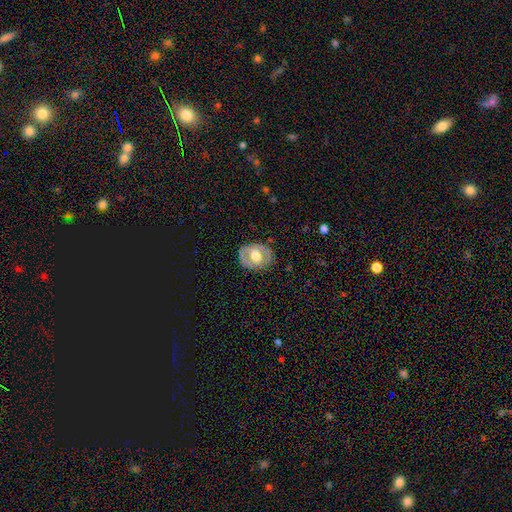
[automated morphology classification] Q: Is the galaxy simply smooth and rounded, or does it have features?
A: featured or disk — 55%.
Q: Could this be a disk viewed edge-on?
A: no — 94%.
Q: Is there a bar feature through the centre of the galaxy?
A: no — 59%.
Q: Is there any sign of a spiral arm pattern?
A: no — 70%.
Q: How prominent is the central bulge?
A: moderate — 57%.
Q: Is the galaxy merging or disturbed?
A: none — 80%.